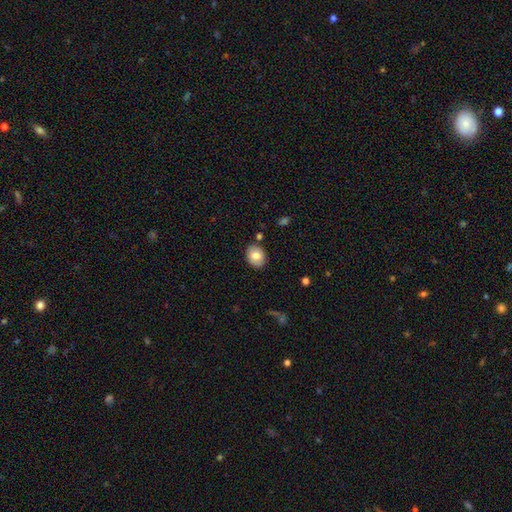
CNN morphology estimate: This is clearly a smooth galaxy (80%). How rounded: possibly in between (54%). Merging: clearly none (85%).